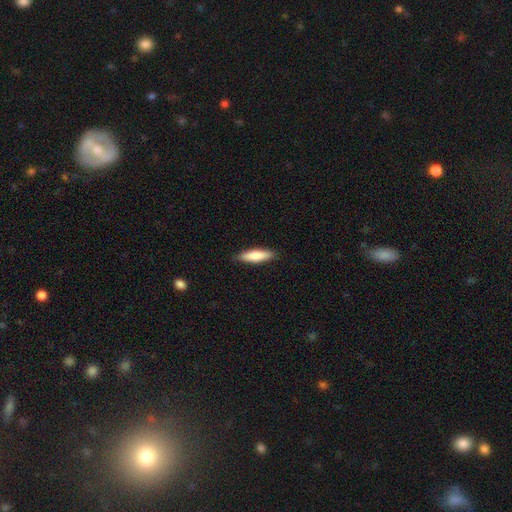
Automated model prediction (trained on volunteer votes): Smooth or featured? smooth (77%)
How rounded? cigar-shaped (65%)
Merging? none (88%)